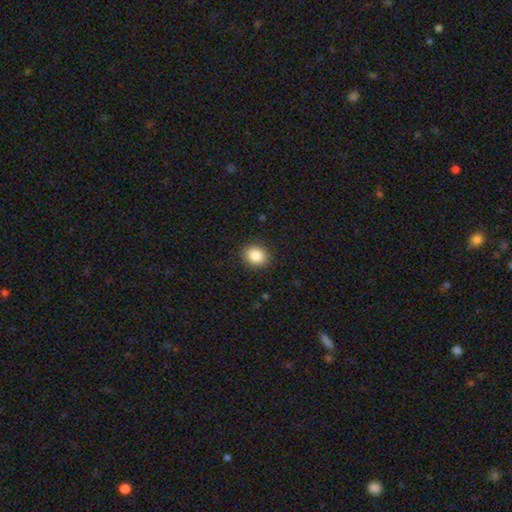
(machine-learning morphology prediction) This is clearly a smooth galaxy (86%). How rounded: likely round (65%). Merging: clearly none (90%).